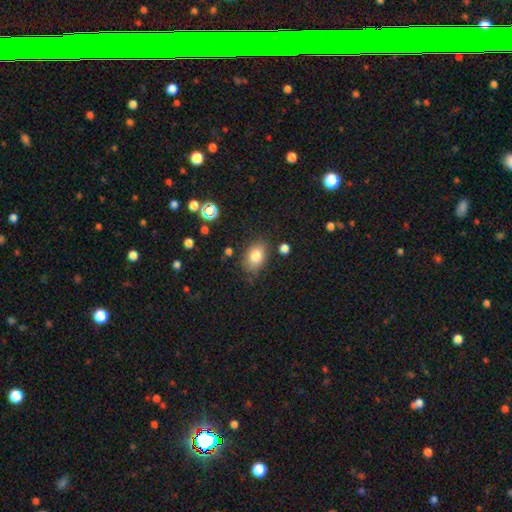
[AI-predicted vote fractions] Smooth or featured? smooth (81%)
How rounded? in between (79%)
Merging? none (78%)